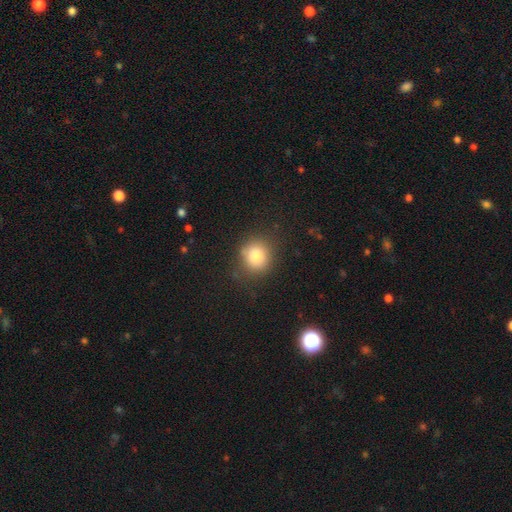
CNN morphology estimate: Smooth or featured?
  - smooth: 82% *
  - star or artifact: 11%
  - featured or disk: 8%
How rounded?
  - round: 83% *
  - in between: 16%
  - cigar-shaped: 1%
Merging?
  - none: 78% *
  - minor disturbance: 15%
  - major disturbance: 5%
  - merger: 2%